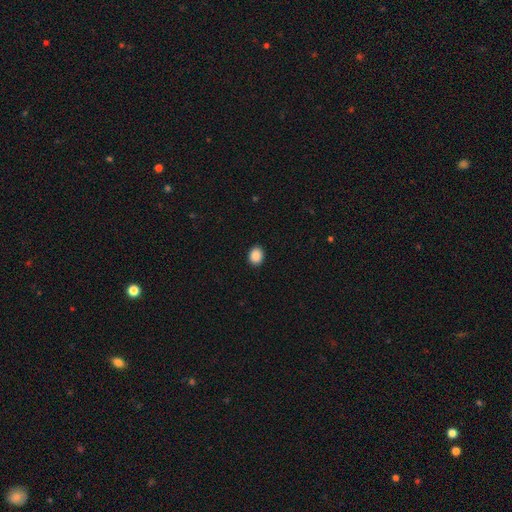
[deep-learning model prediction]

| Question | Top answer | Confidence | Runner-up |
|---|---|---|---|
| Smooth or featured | smooth | 89% | star or artifact (8%) |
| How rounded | in between | 51% | round (49%) |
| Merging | none | 91% | minor disturbance (6%) |